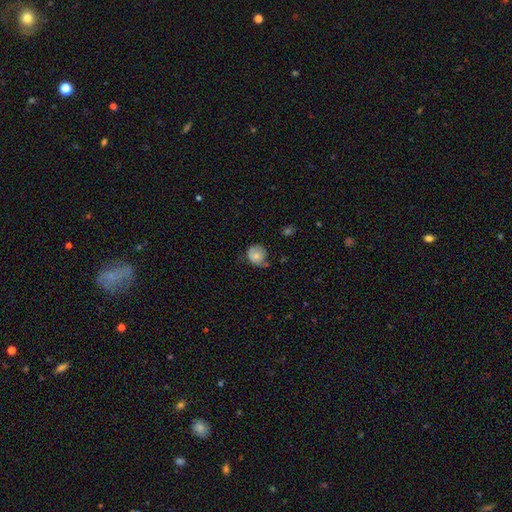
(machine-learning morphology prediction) smooth_or_featured: smooth (p=0.75) [alt: featured or disk p=0.17]
how_rounded: round (p=0.76) [alt: in between p=0.23]
merging: none (p=0.51) [alt: minor disturbance p=0.36]